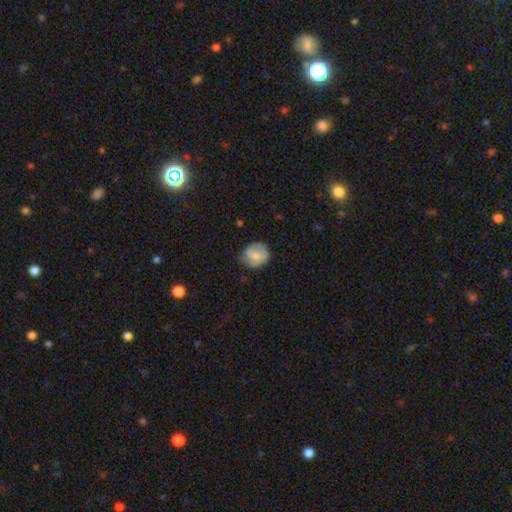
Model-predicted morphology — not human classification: This appears to be a smooth galaxy with no disk features (66%) that is round (70%). Merging: none (61%).